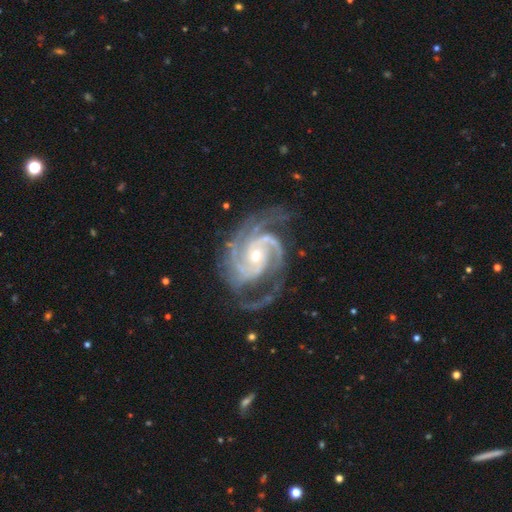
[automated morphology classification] smooth-or-featured: featured or disk: 94% | star or artifact: 4% | smooth: 2%
  disk-edge-on: no: 98% | yes: 2%
    bar: no: 64% | weak: 26% | strong: 11%
    has-spiral-arms: yes: 99% | no: 1%
      spiral-winding: tight: 54% | medium: 41% | loose: 6%
      spiral-arm-count: 2: 37% | 3: 34% | 4: 9% | can't tell: 8% | more than 4: 6% | 1: 6%
    bulge-size: small: 51% | moderate: 45% | large: 2% | none: 1% | dominant: 1%
  merging: none: 68% | minor disturbance: 19% | major disturbance: 11% | merger: 2%